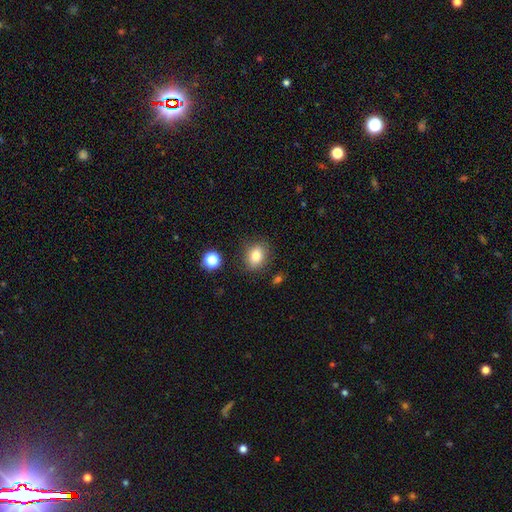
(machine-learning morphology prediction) This is clearly a smooth galaxy (81%). How rounded: possibly in between (53%). Merging: clearly none (82%).